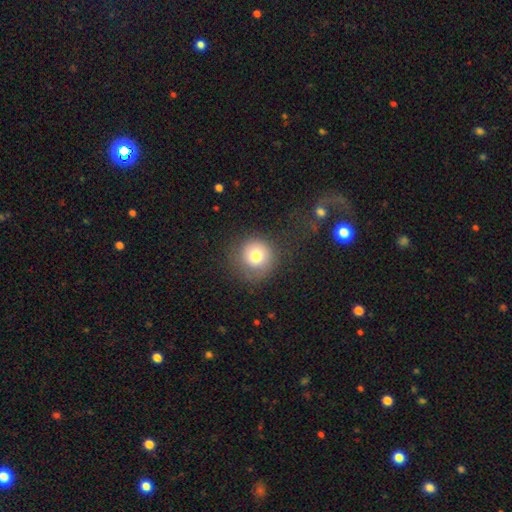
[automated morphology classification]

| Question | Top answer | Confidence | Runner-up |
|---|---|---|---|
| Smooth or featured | smooth | 76% | featured or disk (13%) |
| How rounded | round | 92% | in between (7%) |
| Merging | none | 72% | minor disturbance (16%) |